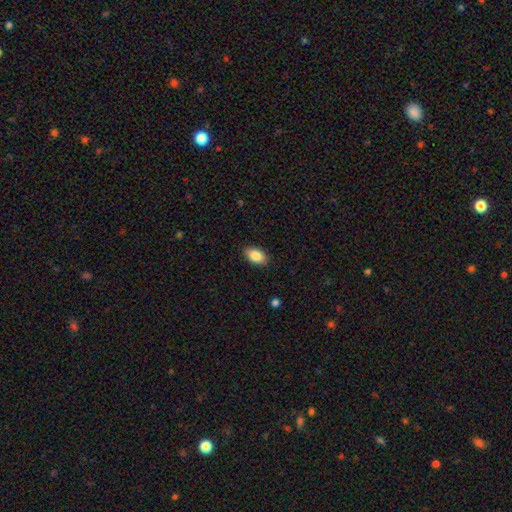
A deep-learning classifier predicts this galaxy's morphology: Smooth or featured?
  - smooth: 87% *
  - star or artifact: 7%
  - featured or disk: 6%
How rounded?
  - in between: 93% *
  - round: 6%
  - cigar-shaped: 2%
Merging?
  - none: 88% *
  - minor disturbance: 9%
  - major disturbance: 2%
  - merger: 1%